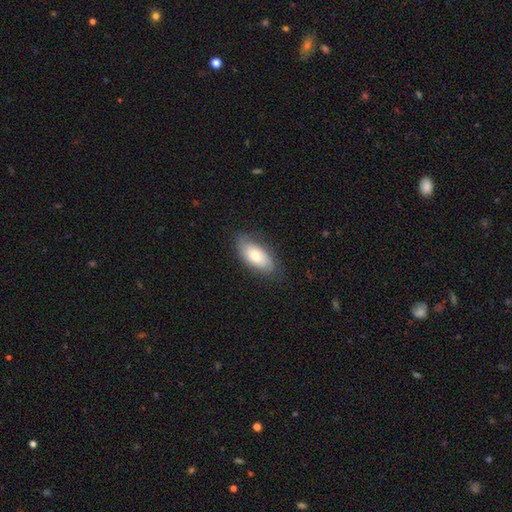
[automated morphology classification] A smooth galaxy with no disk features (60%) that is in between round and cigar-shaped (90%).

Vote fractions:
- Smooth or featured? smooth: 60% / featured or disk: 33% / star or artifact: 6%
- How rounded? in between: 90% / cigar-shaped: 7% / round: 3%
- Merging? none: 72% / minor disturbance: 21% / major disturbance: 6% / merger: 1%